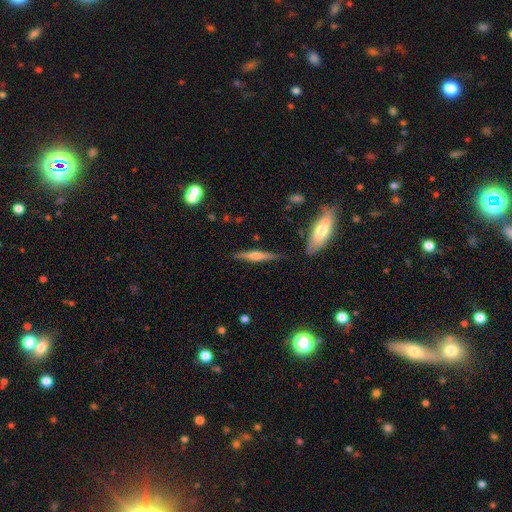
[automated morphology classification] Smooth or featured?
  - featured or disk: 61% *
  - smooth: 33%
  - star or artifact: 6%
Edge-on disk?
  - yes: 96% *
  - no: 4%
Edge-on bulge?
  - rounded: 84% *
  - boxy: 8%
  - none: 7%
Merging?
  - none: 84% *
  - minor disturbance: 11%
  - merger: 3%
  - major disturbance: 2%